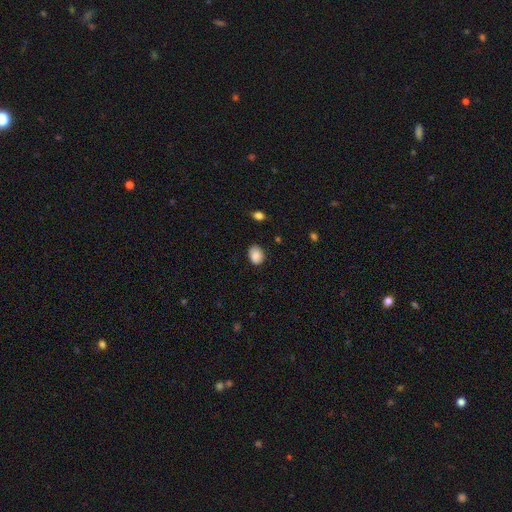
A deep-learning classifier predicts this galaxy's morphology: smooth_or_featured: smooth (p=0.85) [alt: star or artifact p=0.08]
how_rounded: in between (p=0.64) [alt: round p=0.35]
merging: none (p=0.78) [alt: minor disturbance p=0.17]